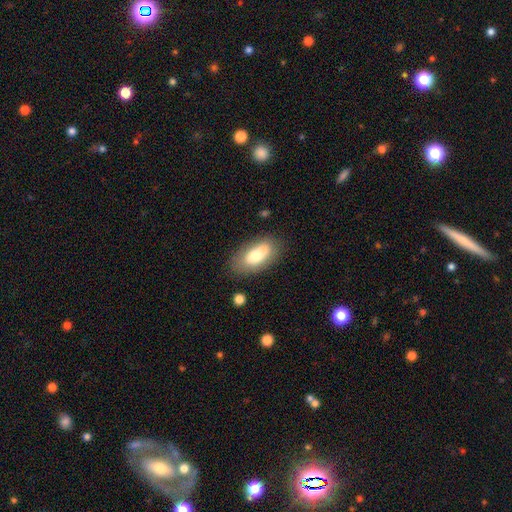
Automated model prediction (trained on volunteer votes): This is likely a smooth galaxy (69%). How rounded: clearly in between (90%). Merging: likely none (72%).